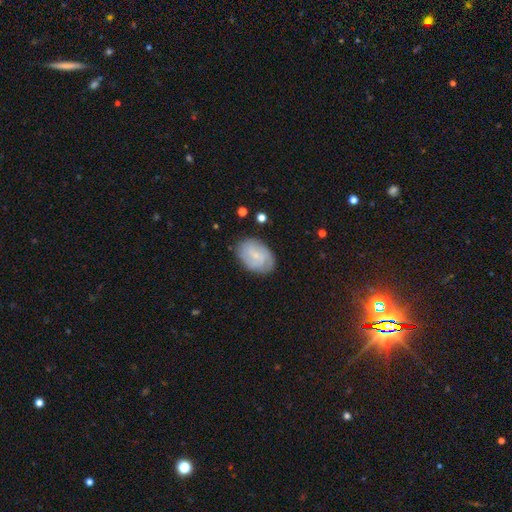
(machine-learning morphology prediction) Smooth or featured? Predicted: featured or disk (p=0.52). Edge-on disk? Predicted: no (p=0.97). Bar? Predicted: no (p=0.51). Spiral arms? Predicted: yes (p=0.83). Bulge size? Predicted: small (p=0.72). Merging? Predicted: none (p=0.77).